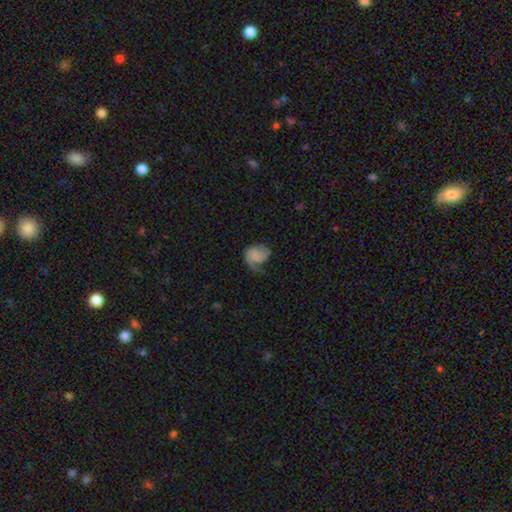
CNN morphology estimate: smooth_or_featured: featured or disk (p=0.52) [alt: smooth p=0.40]
disk_edge_on: no (p=0.98) [alt: yes p=0.02]
bar: no (p=0.70) [alt: weak p=0.25]
has_spiral_arms: yes (p=0.87) [alt: no p=0.13]
bulge_size: none (p=0.62) [alt: small p=0.18]
merging: none (p=0.38) [alt: major disturbance p=0.31]